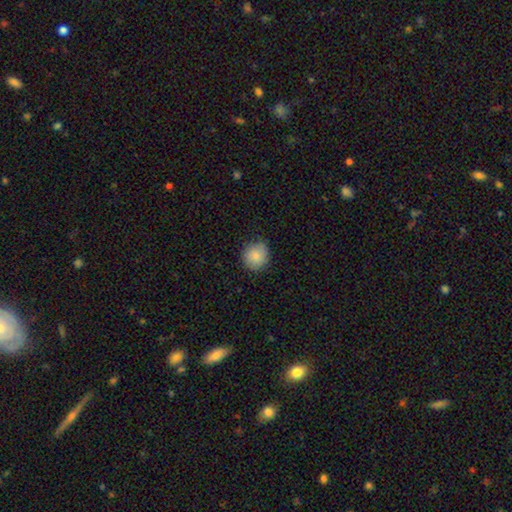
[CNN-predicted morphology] smooth-or-featured: smooth: 86% | star or artifact: 8% | featured or disk: 6%
  how-rounded: round: 84% | in between: 15% | cigar-shaped: 1%
  merging: none: 81% | minor disturbance: 15% | major disturbance: 3% | merger: 1%